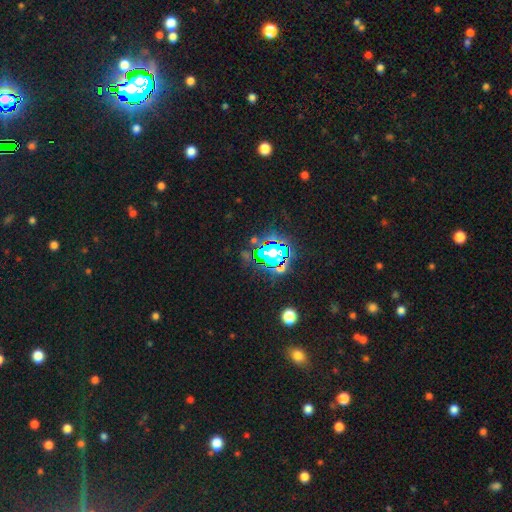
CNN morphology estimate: Smooth or featured? Predicted: star or artifact (p=0.82).